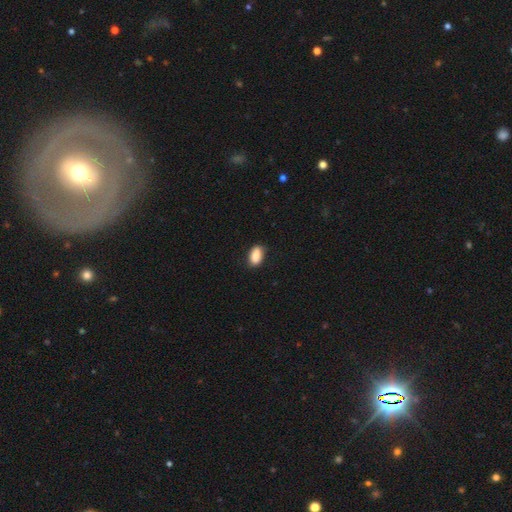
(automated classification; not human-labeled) This is clearly a smooth galaxy (87%). How rounded: clearly in between (90%). Merging: clearly none (81%).